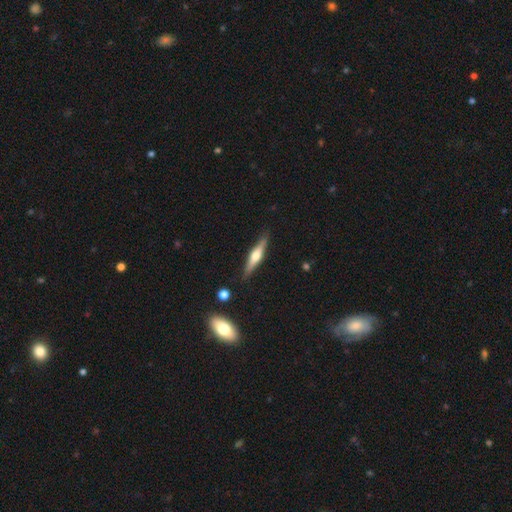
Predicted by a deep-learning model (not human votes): Smooth or featured? Predicted: featured or disk (p=0.63). Edge-on disk? Predicted: yes (p=0.96). Edge-on bulge? Predicted: rounded (p=0.87). Merging? Predicted: none (p=0.87).